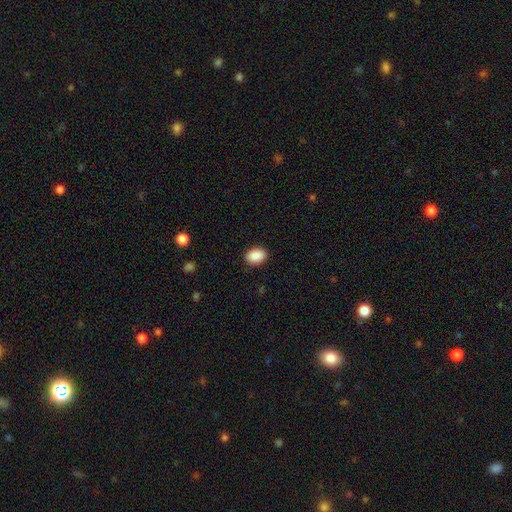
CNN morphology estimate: A smooth galaxy with no disk features (90%) that is in between round and cigar-shaped (81%).

Vote fractions:
- Smooth or featured? smooth: 90% / star or artifact: 7% / featured or disk: 3%
- How rounded? in between: 81% / round: 18% / cigar-shaped: 1%
- Merging? none: 89% / minor disturbance: 8% / major disturbance: 2% / merger: 1%